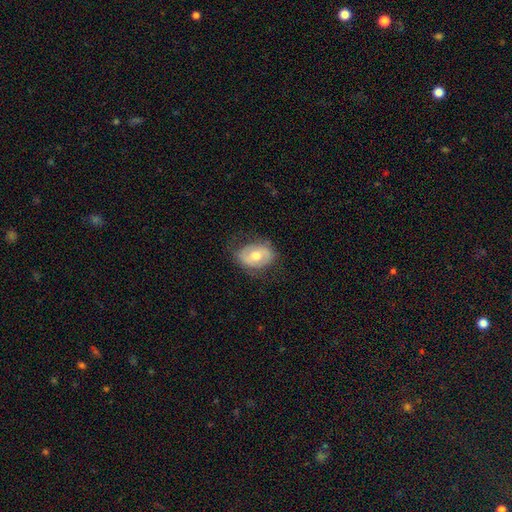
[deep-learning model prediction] Morphology: type=smooth (47%); merging=none (72%).